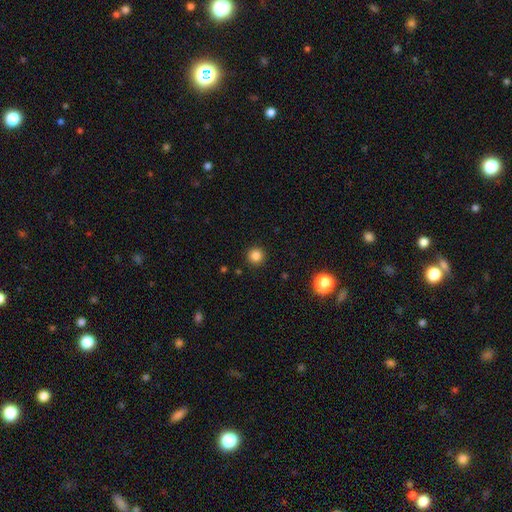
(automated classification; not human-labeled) Smooth or featured: smooth — 84% (star or artifact — 12%)
How rounded: round — 96% (in between — 4%)
Merging: none — 92% (minor disturbance — 5%)